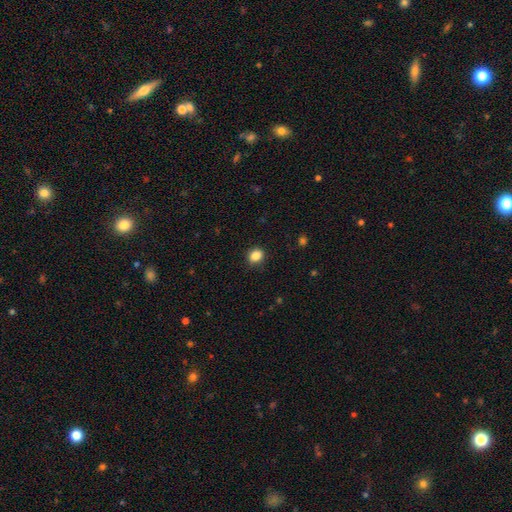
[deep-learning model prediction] Smooth or featured?
  - smooth: 86% *
  - star or artifact: 10%
  - featured or disk: 4%
How rounded?
  - round: 62% *
  - in between: 37%
  - cigar-shaped: 1%
Merging?
  - none: 89% *
  - minor disturbance: 8%
  - major disturbance: 2%
  - merger: 1%